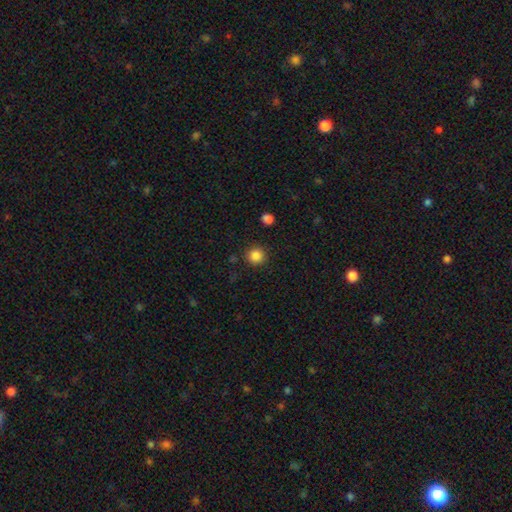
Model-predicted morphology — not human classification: This appears to be a smooth galaxy with no disk features (85%) that is round (93%). Merging: none (90%).